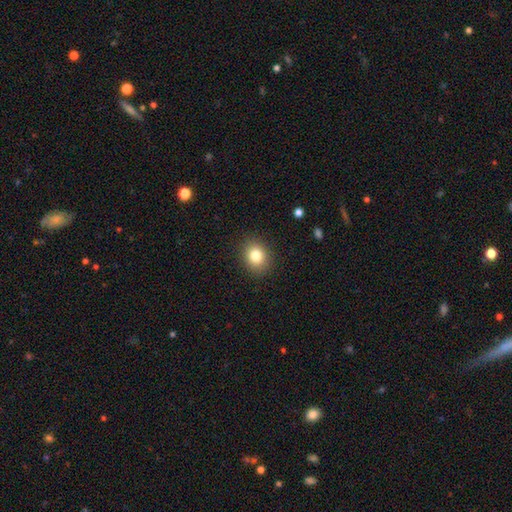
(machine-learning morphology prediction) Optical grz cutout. It shows a smooth galaxy with no disk features (81%) that is round (60%). Merging: none (88%).